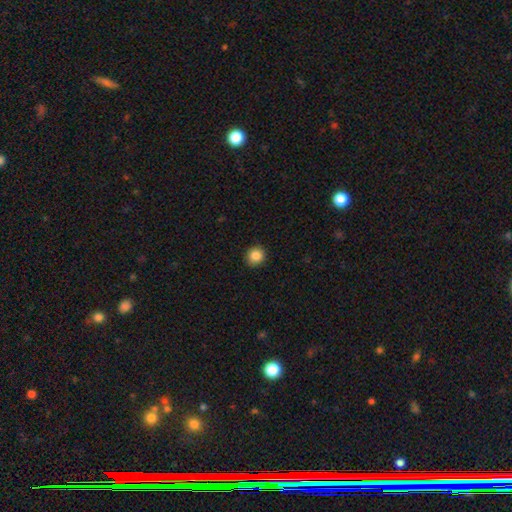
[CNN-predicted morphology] smooth 86%, star or artifact 10%, featured or disk 4%. Down the decision tree: how rounded — round (88%); merging — none (91%).